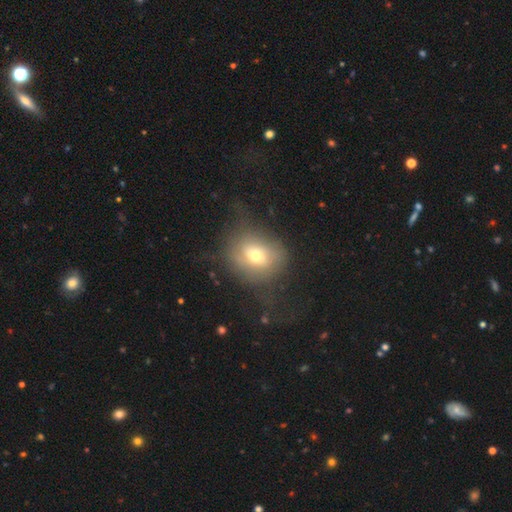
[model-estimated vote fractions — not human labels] A smooth galaxy with no disk features (59%) that is round (63%). Merging: none (48%).